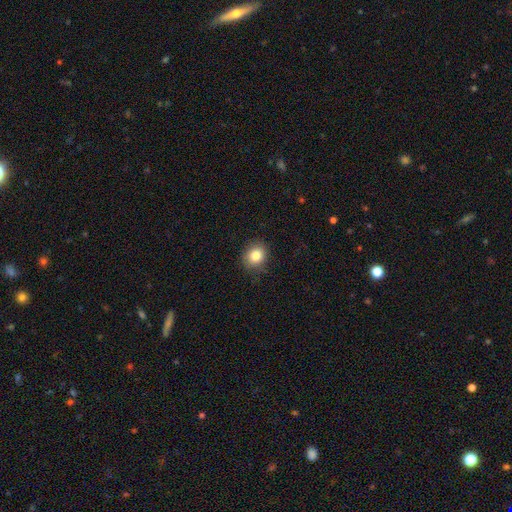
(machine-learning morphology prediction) A smooth galaxy with no disk features (83%) that is round (63%). Merging: none (86%).